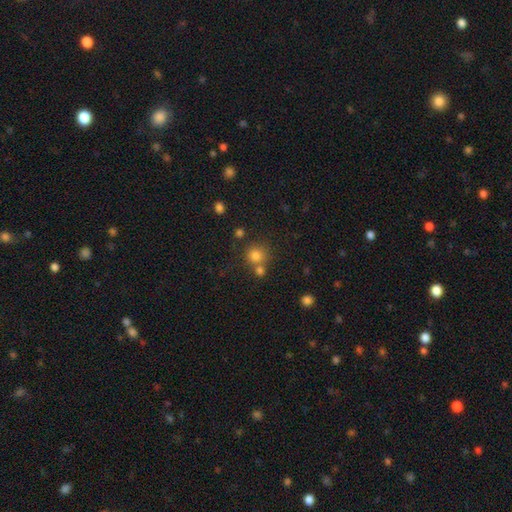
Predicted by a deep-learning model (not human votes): Overall: smooth (78%). How rounded: round (89%). Merging: none (61%; merger 26%).